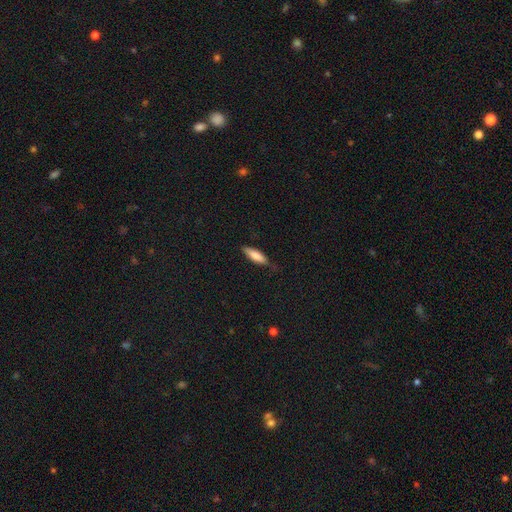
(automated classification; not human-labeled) The model was most divided on "how rounded": cigar-shaped: 55%, in between: 43%, round: 2%. More confident: smooth or featured — smooth (79%); merging — none (73%).